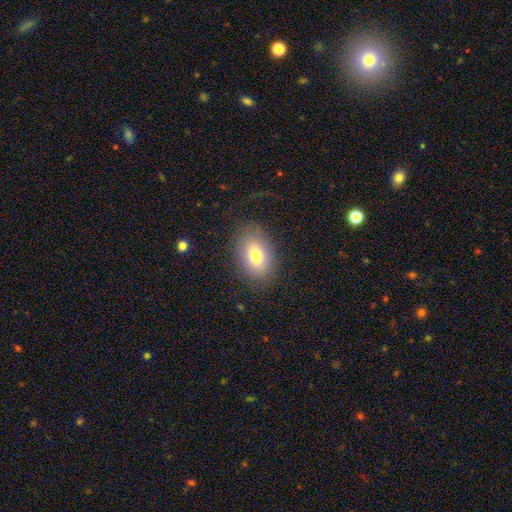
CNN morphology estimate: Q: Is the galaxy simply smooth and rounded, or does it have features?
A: smooth — 75%.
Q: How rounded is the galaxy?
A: in between — 81%.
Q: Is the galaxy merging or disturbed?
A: none — 81%.